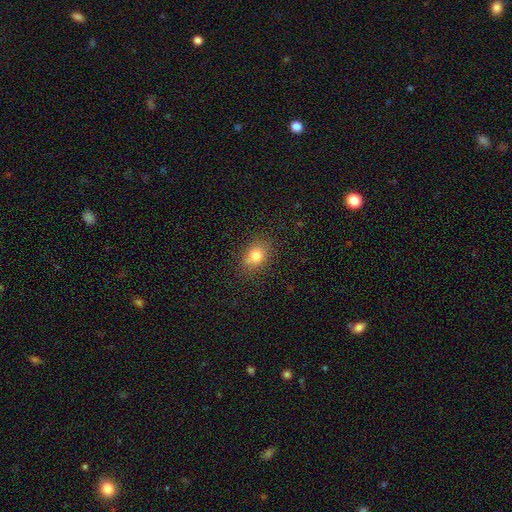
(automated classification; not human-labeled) Smooth or featured? smooth (79%)
How rounded? in between (58%)
Merging? none (80%)